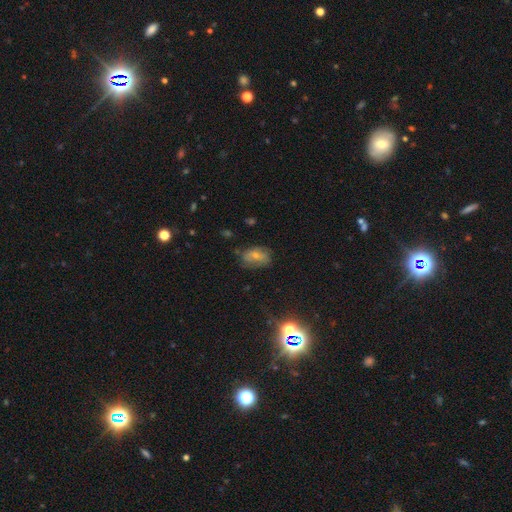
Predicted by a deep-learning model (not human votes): Morphology: type=smooth (54%); roundness=in between (81%); merging=none (63%).